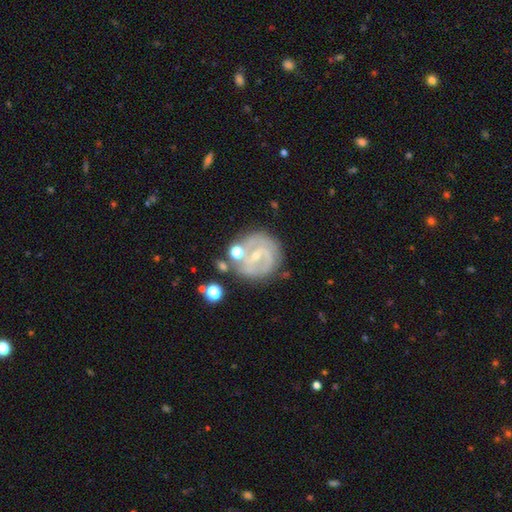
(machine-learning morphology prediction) This is likely a featured or disk galaxy (72%). It is clearly not viewed edge-on (97%). Bar: possibly weak (45%). Spiral arm pattern: likely yes (80%). Spiral arm count: possibly 2 (54%). Spiral winding: possibly tight (48%). Central bulge: likely small (72%). Merging: likely none (68%).